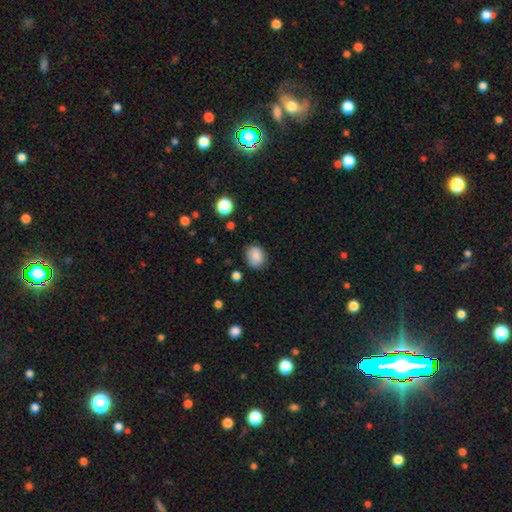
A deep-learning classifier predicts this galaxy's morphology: smooth 86%, star or artifact 9%, featured or disk 5%. Down the decision tree: how rounded — round (58%); merging — none (81%).